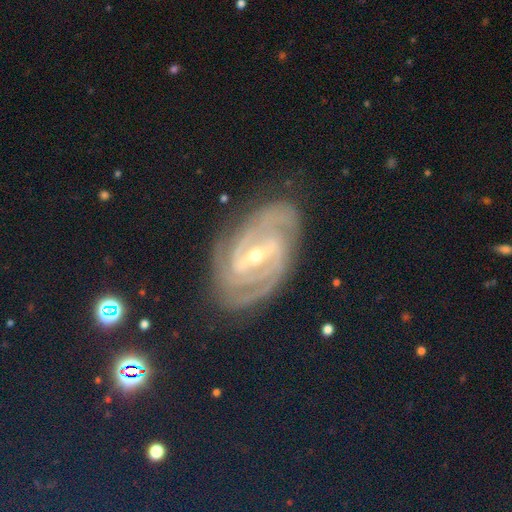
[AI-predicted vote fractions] Morphology: type=featured or disk (89%); edge-on=no (96%); bar=strong (55%); spiral arms=yes (98%); winding=tight (66%); arm count=2 (42%); bulge=small (62%); merging=none (80%).